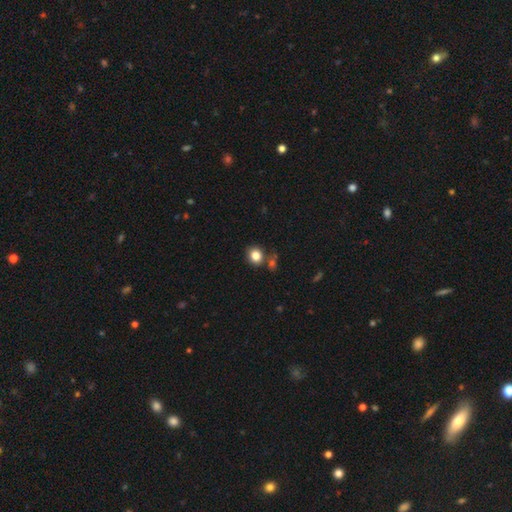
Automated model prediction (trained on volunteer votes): Overall: smooth (83%). How rounded: round (78%). Merging: none (77%).